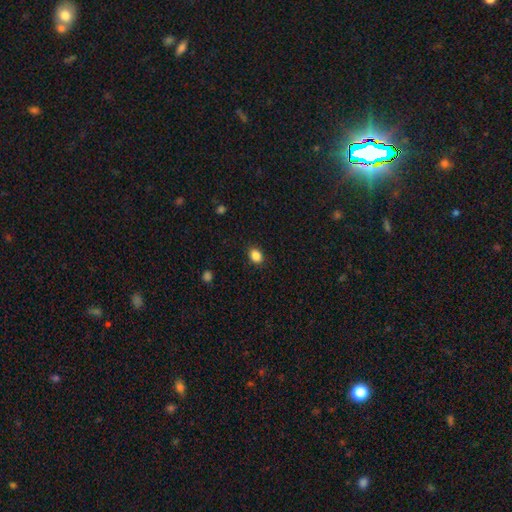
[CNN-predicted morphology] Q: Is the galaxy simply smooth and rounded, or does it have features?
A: smooth — 86%.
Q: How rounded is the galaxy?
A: in between — 59%.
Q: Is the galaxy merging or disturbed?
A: none — 89%.